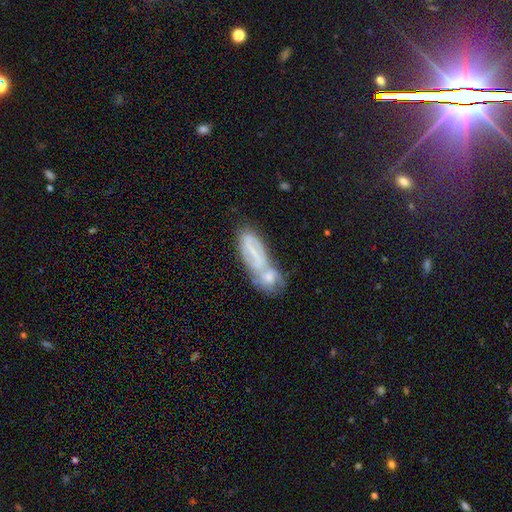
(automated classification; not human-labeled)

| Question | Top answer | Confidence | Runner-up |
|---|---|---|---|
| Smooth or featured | featured or disk | 46% | smooth (37%) |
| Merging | merger | 50% | none (30%) |